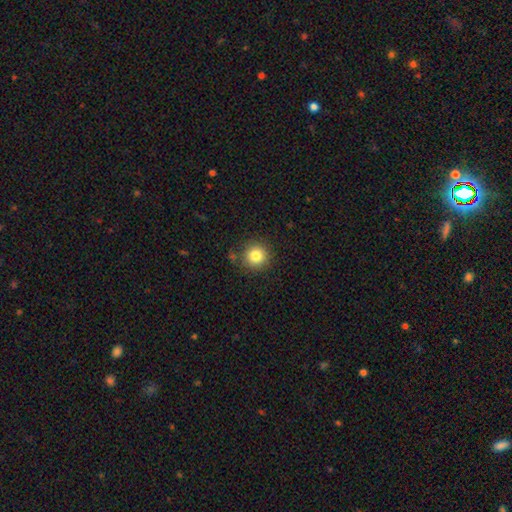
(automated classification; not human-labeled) A smooth galaxy with no disk features (82%) that is round (93%).

Vote fractions:
- Smooth or featured? smooth: 82% / star or artifact: 11% / featured or disk: 7%
- How rounded? round: 93% / in between: 6% / cigar-shaped: 1%
- Merging? none: 85% / minor disturbance: 10% / major disturbance: 3% / merger: 3%